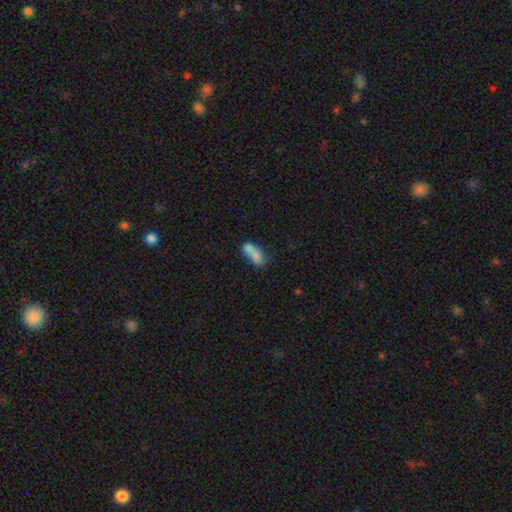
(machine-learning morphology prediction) smooth_or_featured: smooth (p=0.69) [alt: featured or disk p=0.22]
how_rounded: in between (p=0.76) [alt: round p=0.17]
merging: merger (p=0.67) [alt: none p=0.19]